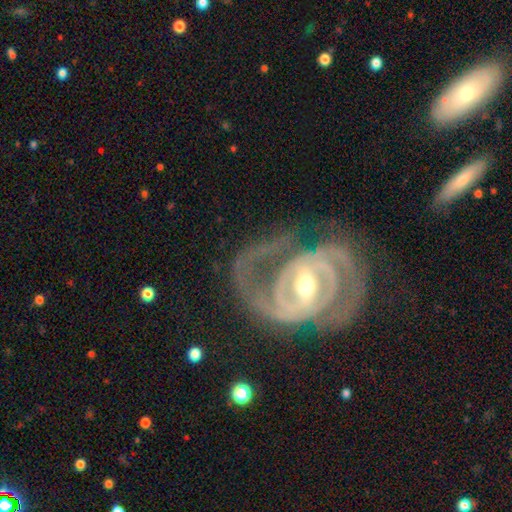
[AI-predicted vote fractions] Morphology: type=featured or disk (91%); edge-on=no (97%); bar=strong (50%); spiral arms=yes (97%); winding=tight (59%); arm count=2 (57%); bulge=moderate (61%); merging=none (61%).